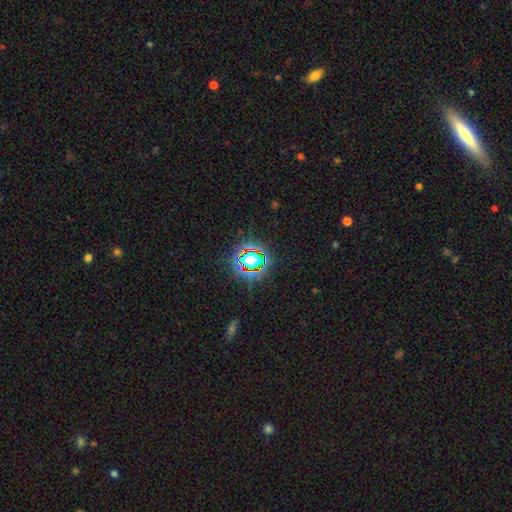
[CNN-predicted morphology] smooth-or-featured: star or artifact: 73% | smooth: 17% | featured or disk: 9%